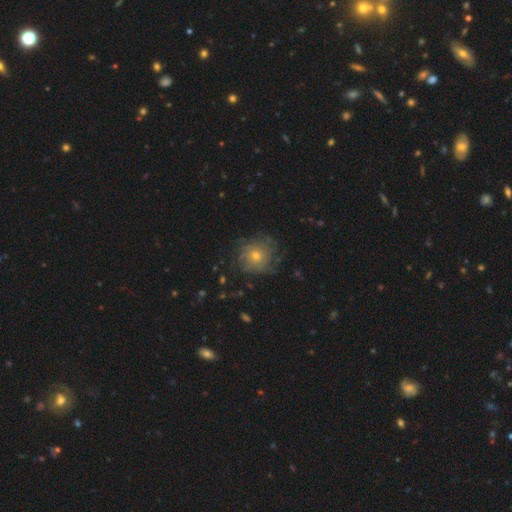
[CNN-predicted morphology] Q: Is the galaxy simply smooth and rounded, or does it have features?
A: featured or disk — 54%.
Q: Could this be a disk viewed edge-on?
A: no — 97%.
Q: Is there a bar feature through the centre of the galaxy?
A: no — 86%.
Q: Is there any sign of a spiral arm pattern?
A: yes — 76%.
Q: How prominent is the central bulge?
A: small — 55%.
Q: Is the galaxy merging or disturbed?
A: none — 74%.